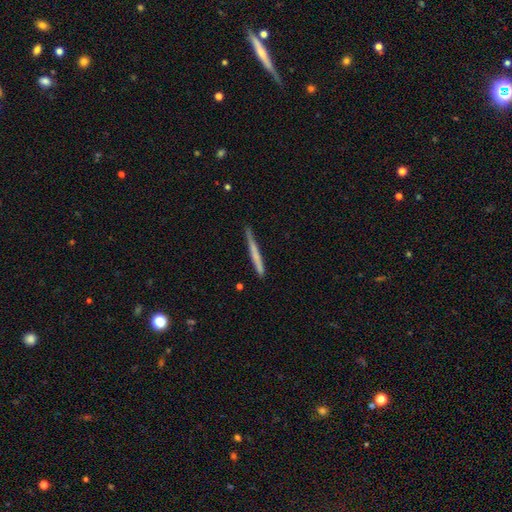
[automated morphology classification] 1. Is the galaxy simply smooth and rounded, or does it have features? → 57% smooth, 38% featured or disk, 6% star or artifact.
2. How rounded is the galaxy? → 97% cigar-shaped, 2% in between, 1% round.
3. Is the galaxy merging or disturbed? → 85% none, 12% minor disturbance, 2% major disturbance, 1% merger.